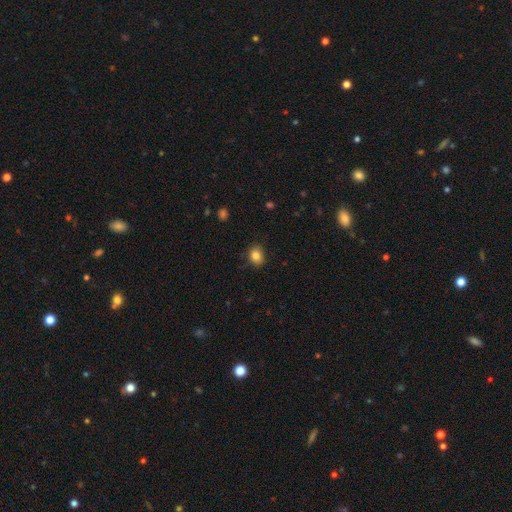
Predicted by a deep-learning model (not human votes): Morphology: type=smooth (84%); roundness=round (51%); merging=none (86%).